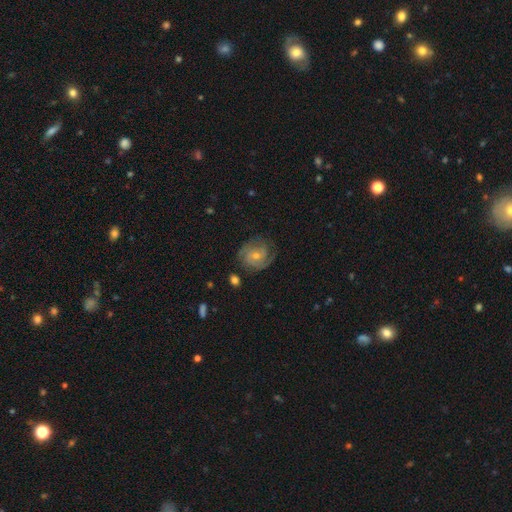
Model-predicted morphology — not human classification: type=featured or disk (80%); edge-on=no (97%); bar=no (68%); spiral arms=yes (95%); winding=tight (62%); arm count=3 (31%); bulge=small (53%); merging=none (77%).